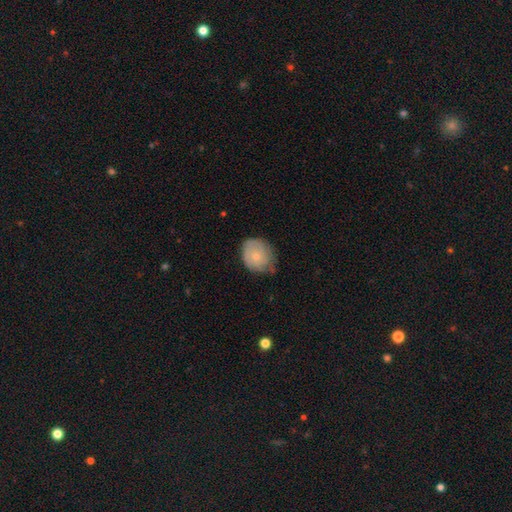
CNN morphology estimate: This is likely a smooth galaxy (60%). How rounded: likely round (65%). Merging: possibly none (53%).